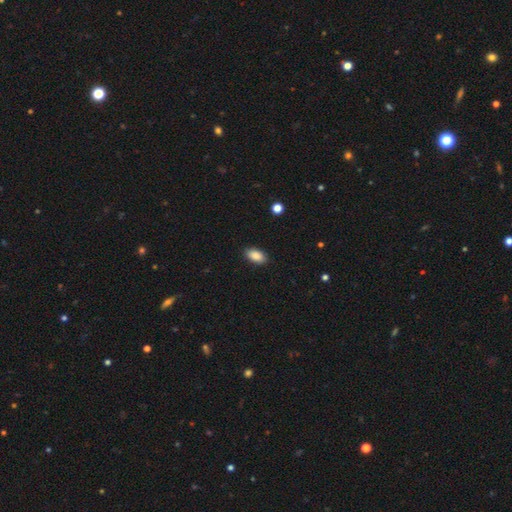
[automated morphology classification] The model was most divided on "merging": none: 89%, minor disturbance: 8%, major disturbance: 2%, merger: 1%. More confident: how rounded — in between (94%); smooth or featured — smooth (89%).